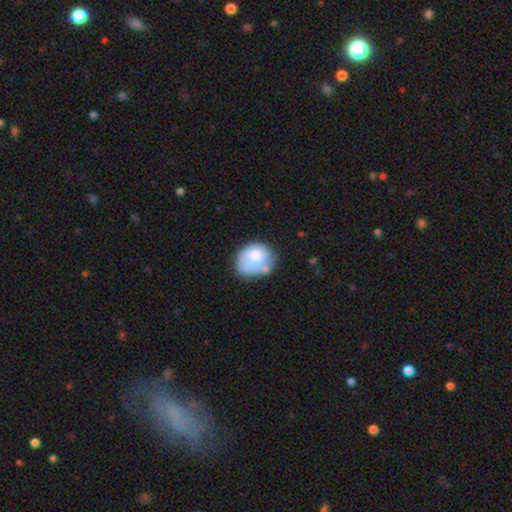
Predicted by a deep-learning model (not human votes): This is likely a smooth galaxy (62%). How rounded: possibly round (51%). Merging: marginally none (43%).